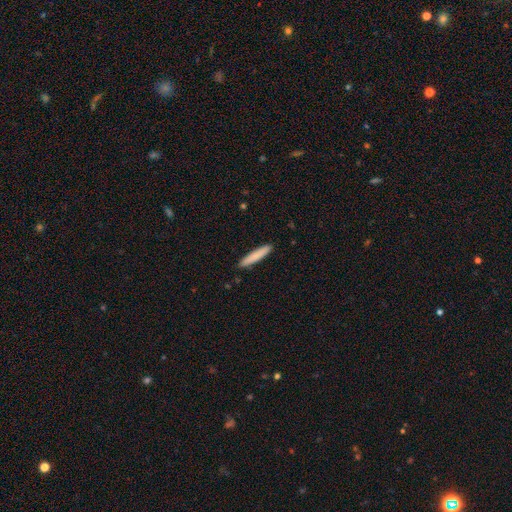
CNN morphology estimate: Smooth or featured? smooth (83%)
How rounded? cigar-shaped (92%)
Merging? none (91%)